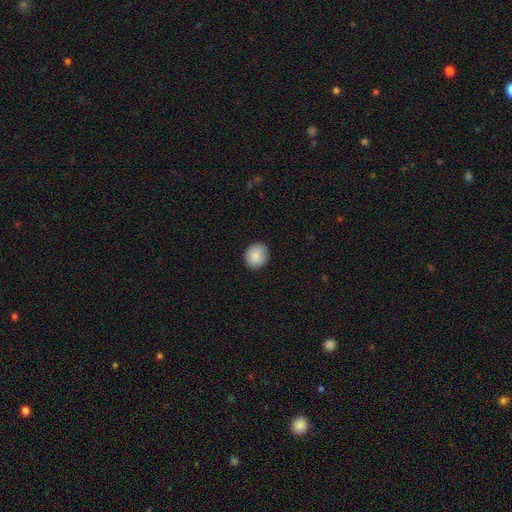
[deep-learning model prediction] Smooth or featured?
  - smooth: 88% *
  - star or artifact: 7%
  - featured or disk: 5%
How rounded?
  - round: 74% *
  - in between: 25%
  - cigar-shaped: 1%
Merging?
  - none: 88% *
  - minor disturbance: 9%
  - major disturbance: 2%
  - merger: 1%